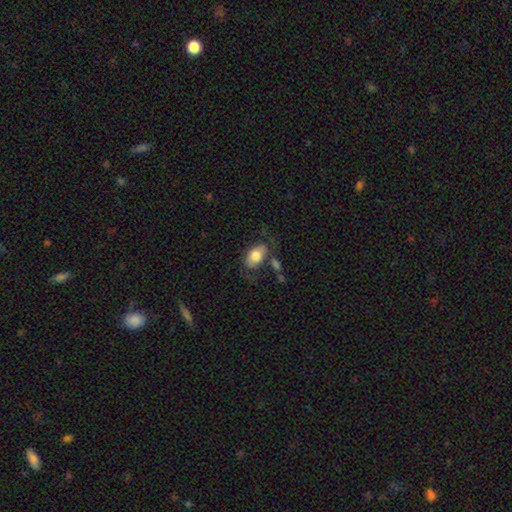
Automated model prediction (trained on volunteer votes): A smooth galaxy with no disk features (75%) that is in between round and cigar-shaped (89%).

Vote fractions:
- Smooth or featured? smooth: 75% / featured or disk: 19% / star or artifact: 7%
- How rounded? in between: 89% / round: 9% / cigar-shaped: 2%
- Merging? none: 57% / minor disturbance: 21% / major disturbance: 13% / merger: 9%